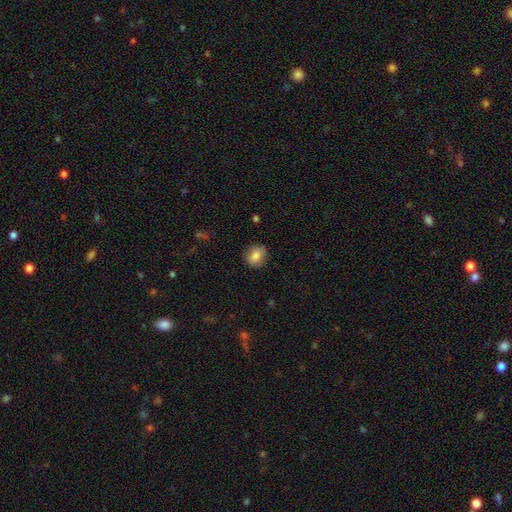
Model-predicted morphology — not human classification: smooth 83%, featured or disk 9%, star or artifact 9%. Down the decision tree: how rounded — round (67%); merging — none (85%).